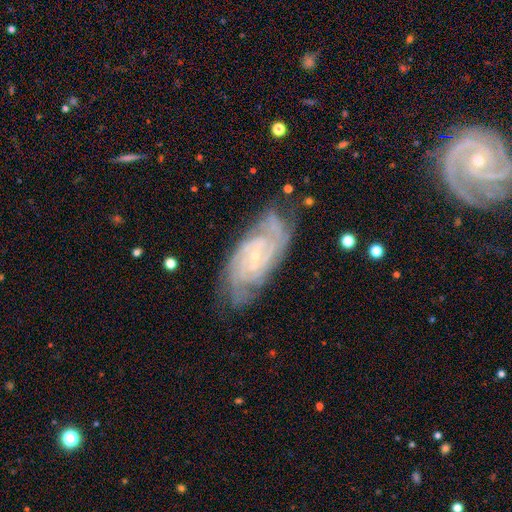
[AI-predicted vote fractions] featured or disk 89%, star or artifact 6%, smooth 6%. Down the decision tree: edge-on disk — no (95%); bar — no (47%); spiral arms — yes (98%); spiral arm count — 2 (26%); spiral winding — tight (72%); bulge size — small (84%); merging — none (72%).